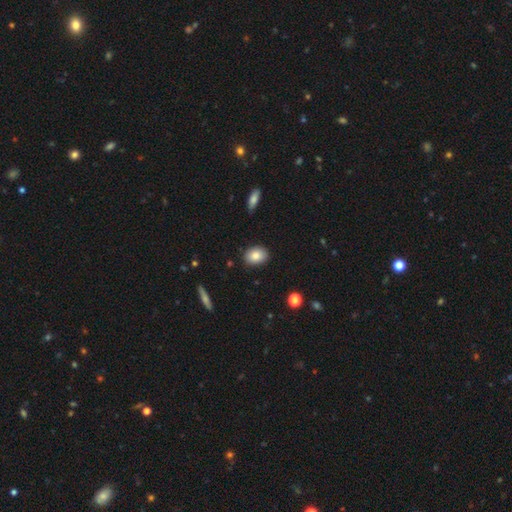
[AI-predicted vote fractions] The model was most divided on "how rounded": in between: 72%, round: 26%, cigar-shaped: 1%. More confident: merging — none (87%); smooth or featured — smooth (84%).